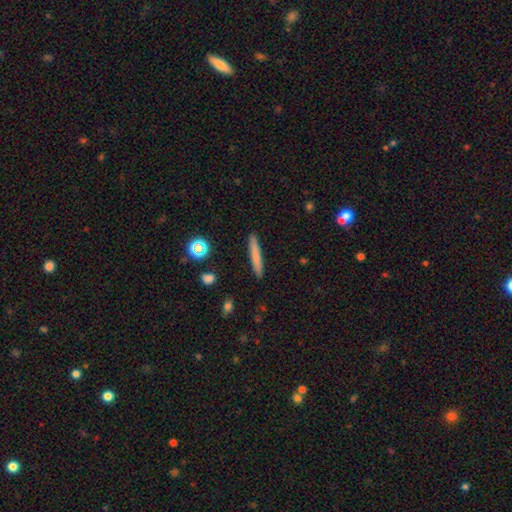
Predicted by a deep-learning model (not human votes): Morphology: type=smooth (73%); roundness=cigar-shaped (95%); merging=none (91%).